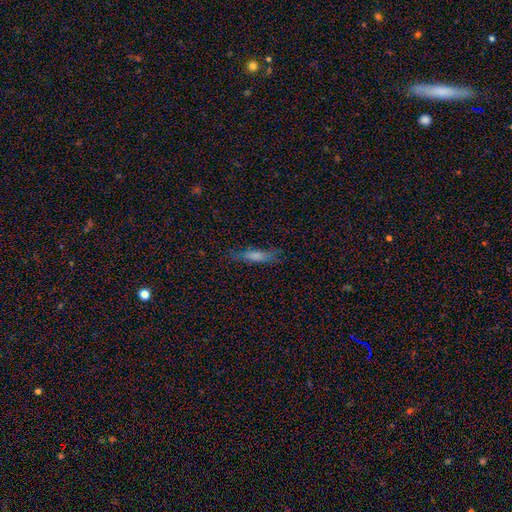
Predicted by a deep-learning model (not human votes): smooth-or-featured: smooth: 68% | featured or disk: 22% | star or artifact: 10%
  how-rounded: cigar-shaped: 73% | in between: 25% | round: 2%
  merging: none: 77% | minor disturbance: 17% | major disturbance: 5% | merger: 2%